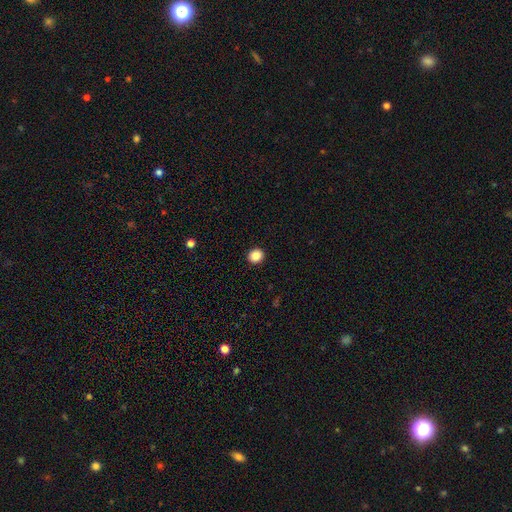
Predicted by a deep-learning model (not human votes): Overall: smooth (88%). How rounded: round (83%). Merging: none (93%).